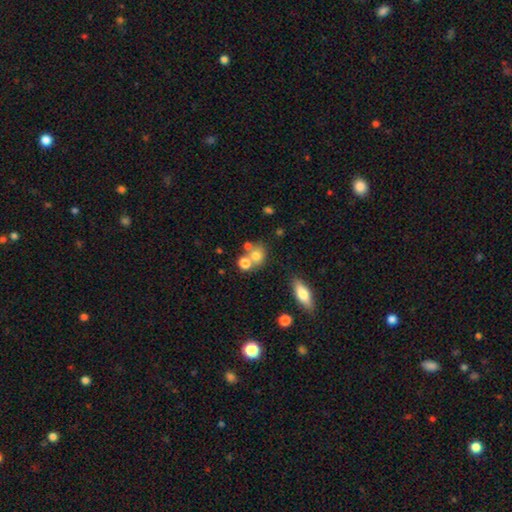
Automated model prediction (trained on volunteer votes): The model was most divided on "merging" (2-way tie): merger: 43%, none: 43%, minor disturbance: 10%, major disturbance: 5%. More confident: smooth or featured — smooth (72%); how rounded — round (66%).